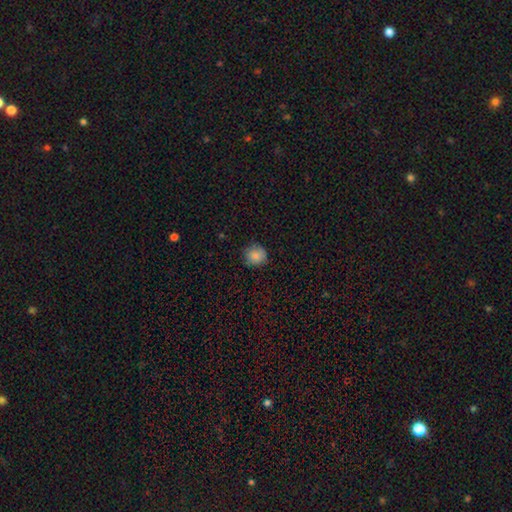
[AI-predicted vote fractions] smooth 86%, star or artifact 9%, featured or disk 5%. Down the decision tree: how rounded — round (88%); merging — none (80%).